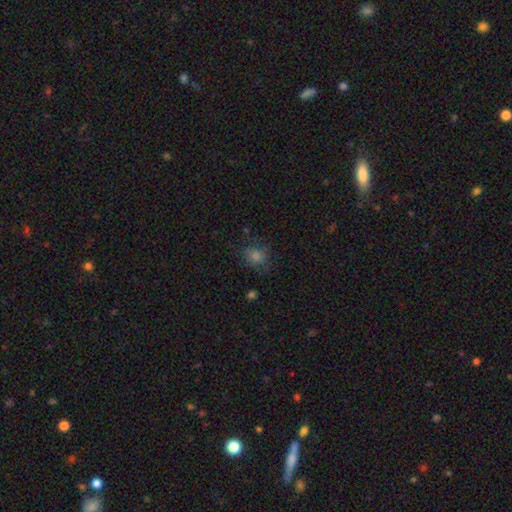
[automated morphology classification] Smooth or featured? Predicted: smooth (p=0.67). How rounded? Predicted: round (p=0.70). Merging? Predicted: none (p=0.74).